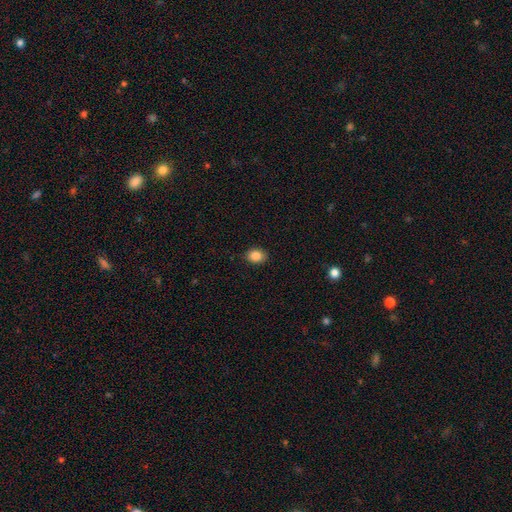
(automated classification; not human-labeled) A smooth galaxy with no disk features (86%) that is in between round and cigar-shaped (54%). Merging: none (88%).